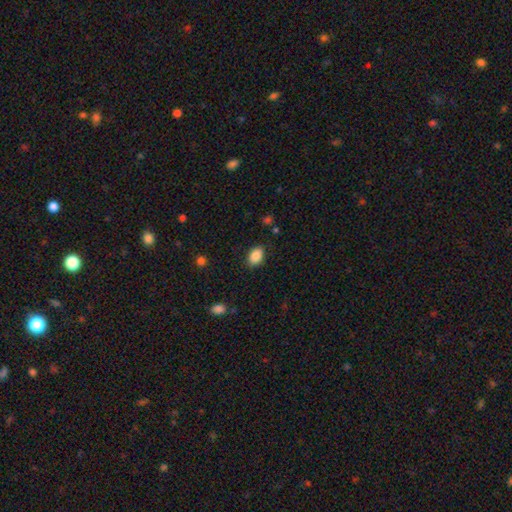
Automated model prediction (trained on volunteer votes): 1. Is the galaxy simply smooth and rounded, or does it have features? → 88% smooth, 8% star or artifact, 4% featured or disk.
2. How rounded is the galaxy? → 82% in between, 17% round, 1% cigar-shaped.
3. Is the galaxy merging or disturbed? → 85% none, 11% minor disturbance, 3% major disturbance, 1% merger.